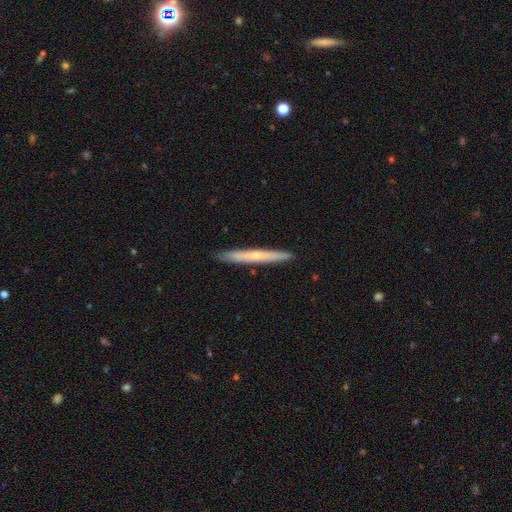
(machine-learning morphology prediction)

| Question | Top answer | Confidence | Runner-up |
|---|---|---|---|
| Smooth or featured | featured or disk | 51% | smooth (43%) |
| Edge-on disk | yes | 94% | no (6%) |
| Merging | none | 91% | minor disturbance (7%) |